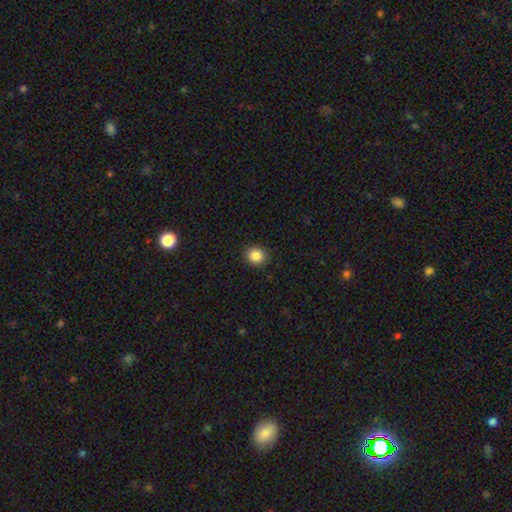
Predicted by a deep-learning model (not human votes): This is clearly a smooth galaxy (86%). How rounded: clearly round (88%). Merging: clearly none (91%).